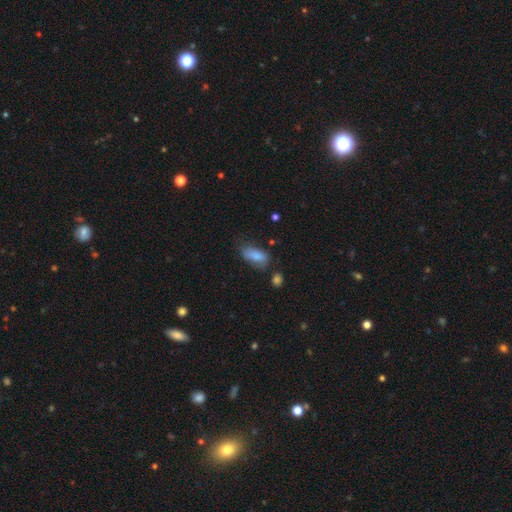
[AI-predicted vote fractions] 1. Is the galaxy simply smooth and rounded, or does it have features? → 82% smooth, 10% featured or disk, 8% star or artifact.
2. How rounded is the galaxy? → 86% in between, 11% cigar-shaped, 3% round.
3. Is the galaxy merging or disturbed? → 54% none, 31% minor disturbance, 11% major disturbance, 5% merger.